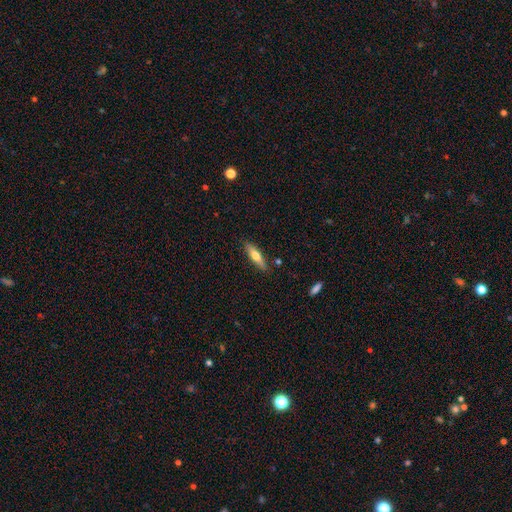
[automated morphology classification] smooth-or-featured: smooth: 57% | featured or disk: 37% | star or artifact: 6%
  how-rounded: cigar-shaped: 71% | in between: 27% | round: 2%
  merging: none: 86% | minor disturbance: 10% | major disturbance: 2% | merger: 2%